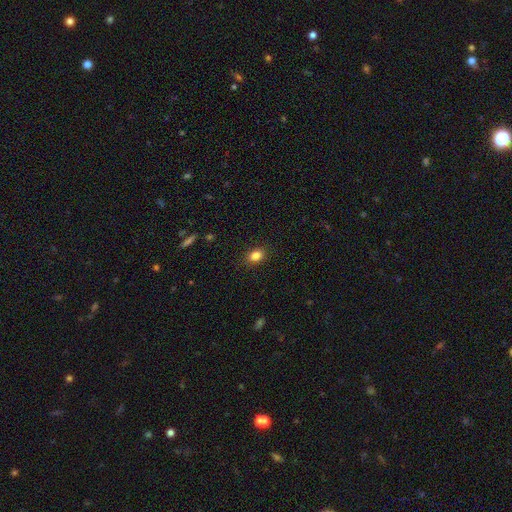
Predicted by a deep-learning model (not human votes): Smooth or featured: smooth — 84% (star or artifact — 10%)
How rounded: in between — 73% (round — 25%)
Merging: none — 87% (minor disturbance — 9%)